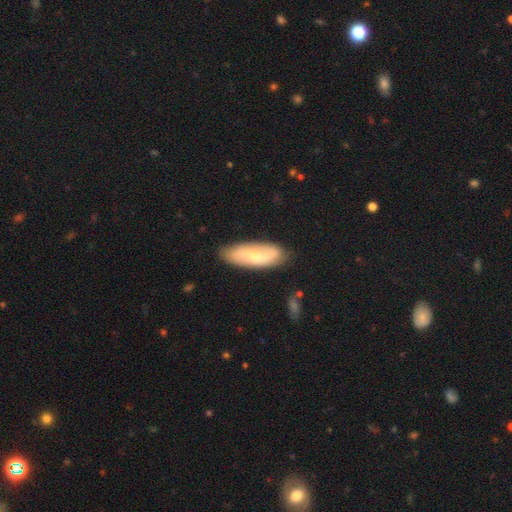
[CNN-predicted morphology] smooth_or_featured: featured or disk (p=0.64) [alt: smooth p=0.30]
disk_edge_on: no (p=0.89) [alt: yes p=0.11]
bar: weak (p=0.48) [alt: no p=0.31]
has_spiral_arms: yes (p=0.88) [alt: no p=0.12]
spiral_winding: loose (p=0.53) [alt: medium p=0.31]
spiral_arm_count: 2 (p=0.85) [alt: can't tell p=0.09]
bulge_size: small (p=0.59) [alt: moderate p=0.34]
merging: none (p=0.84) [alt: minor disturbance p=0.12]